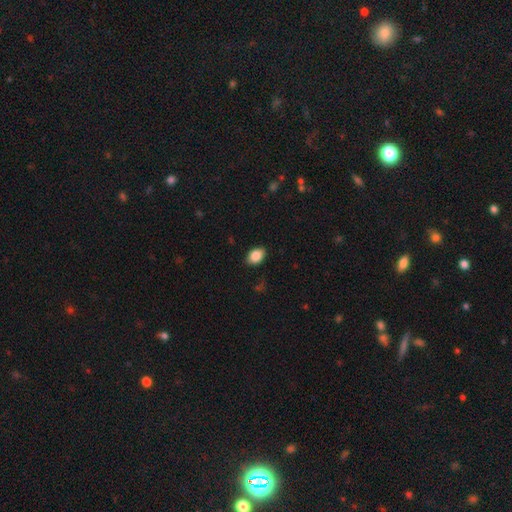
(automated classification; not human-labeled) Smooth or featured? Predicted: smooth (p=0.87). How rounded? Predicted: in between (p=0.83). Merging? Predicted: none (p=0.85).